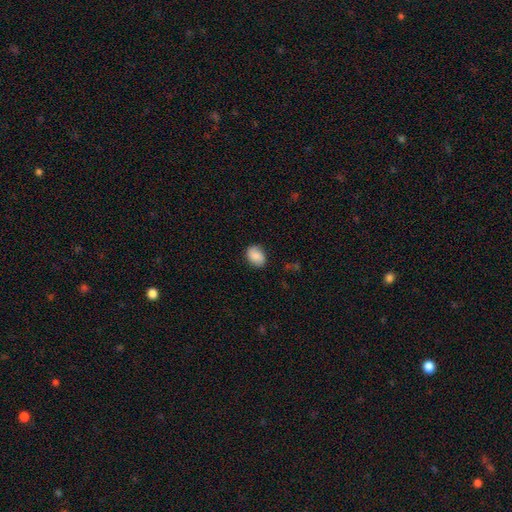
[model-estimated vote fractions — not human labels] Morphology: type=smooth (85%); roundness=in between (66%); merging=none (83%).